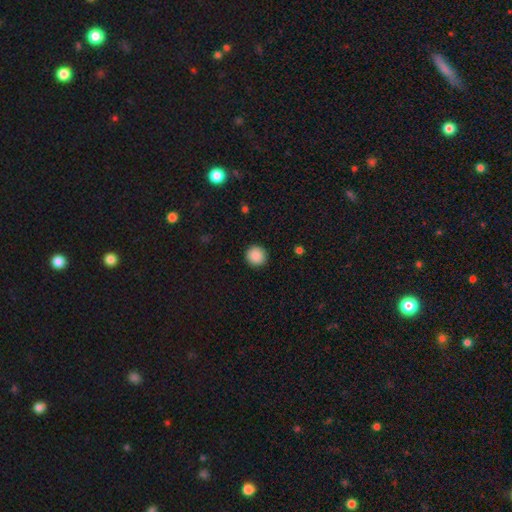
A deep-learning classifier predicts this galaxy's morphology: Smooth or featured? Predicted: smooth (p=0.89). How rounded? Predicted: round (p=0.95). Merging? Predicted: none (p=0.92).